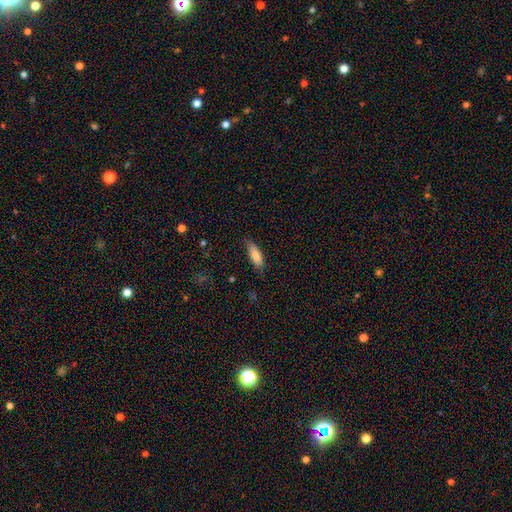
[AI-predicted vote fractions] Q: Smooth or featured?
A: smooth (83%); runner-up: featured or disk (11%)
Q: How rounded?
A: in between (57%); runner-up: cigar-shaped (42%)
Q: Merging?
A: none (75%); runner-up: minor disturbance (20%)